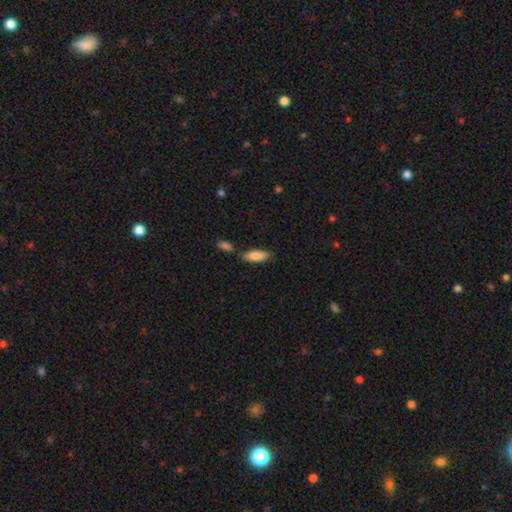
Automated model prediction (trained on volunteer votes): Smooth or featured? smooth (86%)
How rounded? in between (64%)
Merging? none (68%)